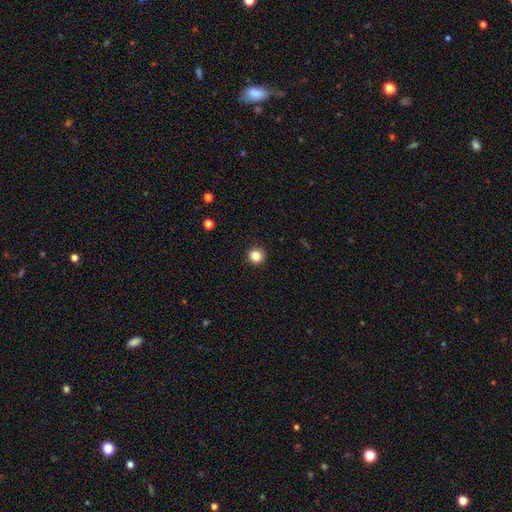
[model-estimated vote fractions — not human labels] smooth 84%, star or artifact 11%, featured or disk 5%. Down the decision tree: how rounded — round (94%); merging — none (92%).